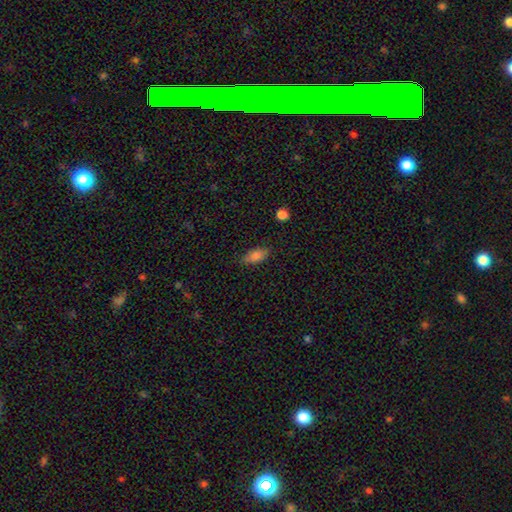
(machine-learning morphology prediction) Q: Smooth or featured?
A: smooth (83%); runner-up: star or artifact (9%)
Q: How rounded?
A: in between (85%); runner-up: cigar-shaped (12%)
Q: Merging?
A: none (82%); runner-up: minor disturbance (14%)